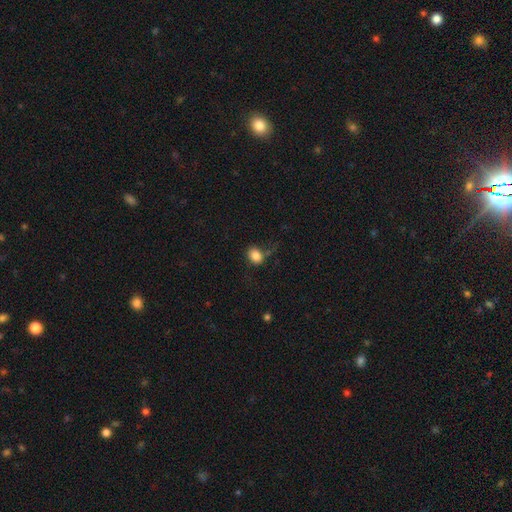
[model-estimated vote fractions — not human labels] Smooth or featured: smooth — 85% (star or artifact — 10%)
How rounded: in between — 57% (round — 42%)
Merging: none — 69% (minor disturbance — 18%)